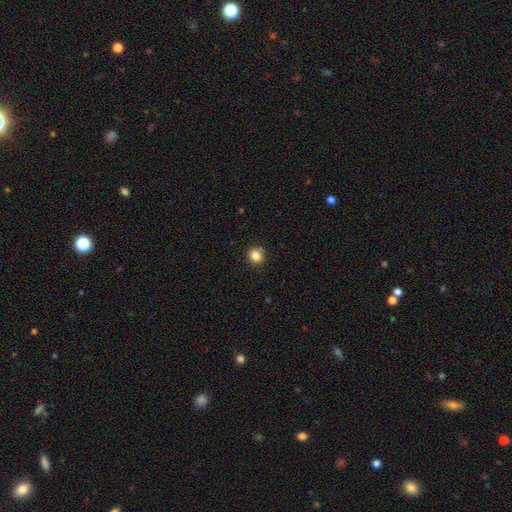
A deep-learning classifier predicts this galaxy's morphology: This appears to be a smooth galaxy with no disk features (84%) that is round (79%). Merging: none (85%).